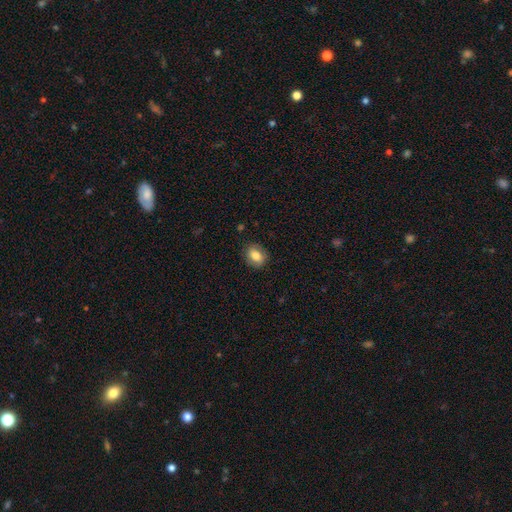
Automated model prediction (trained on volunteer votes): Morphology: type=smooth (79%); roundness=in between (58%); merging=none (85%).